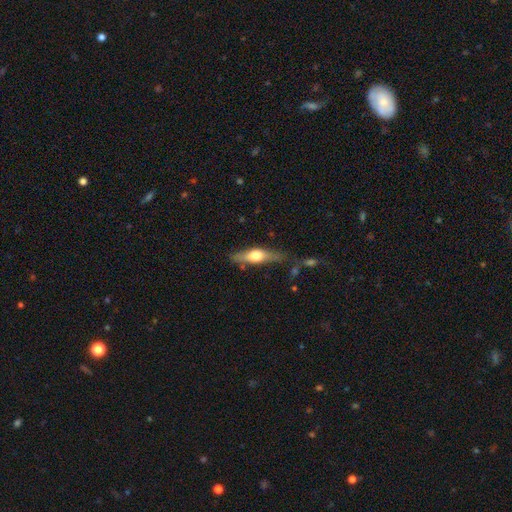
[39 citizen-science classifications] Q: Smooth or featured?
A: featured or disk (51%); runner-up: smooth (41%)
Q: Edge-on disk?
A: yes (80%); runner-up: no (20%)
Q: Edge-on bulge?
A: rounded (81%); runner-up: none (12%)
Q: Merging?
A: none (69%); runner-up: minor disturbance (28%)